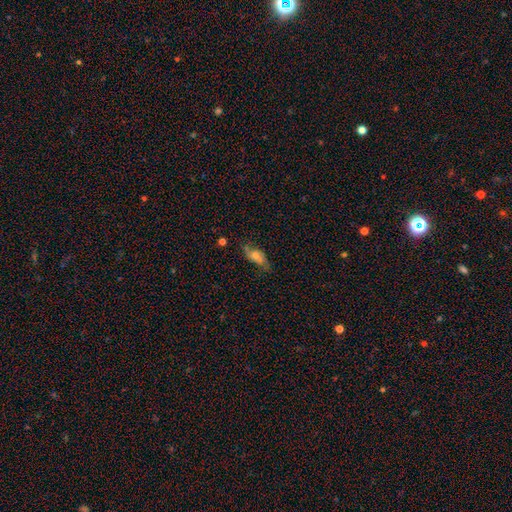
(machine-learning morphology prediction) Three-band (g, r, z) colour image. It shows a featured or disk galaxy (49%). Merging: none (66%).